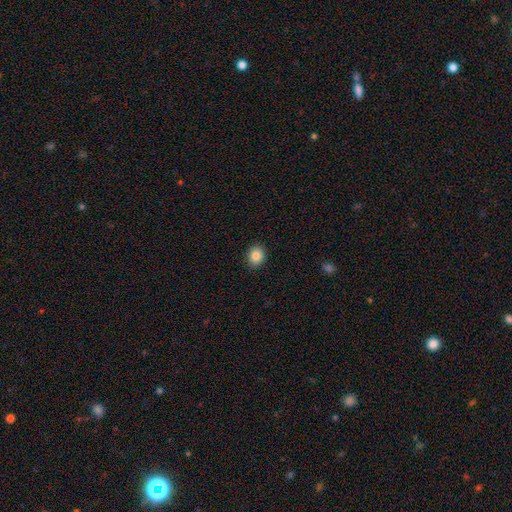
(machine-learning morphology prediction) Q: Smooth or featured?
A: smooth (85%); runner-up: star or artifact (9%)
Q: How rounded?
A: round (61%); runner-up: in between (38%)
Q: Merging?
A: none (91%); runner-up: minor disturbance (7%)